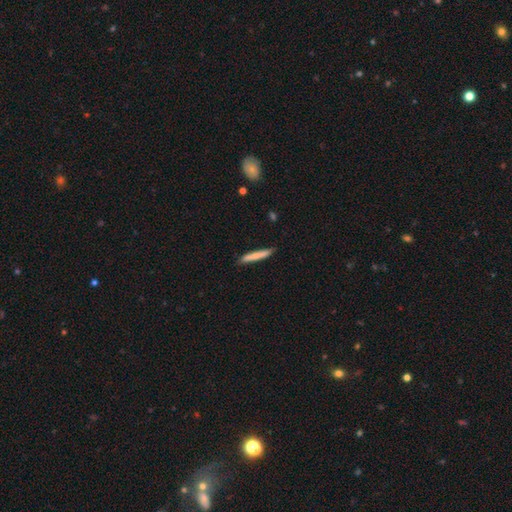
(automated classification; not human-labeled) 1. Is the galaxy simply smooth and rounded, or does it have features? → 75% smooth, 20% featured or disk, 6% star or artifact.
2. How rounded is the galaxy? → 94% cigar-shaped, 5% in between, 1% round.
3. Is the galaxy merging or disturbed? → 87% none, 10% minor disturbance, 2% major disturbance, 1% merger.